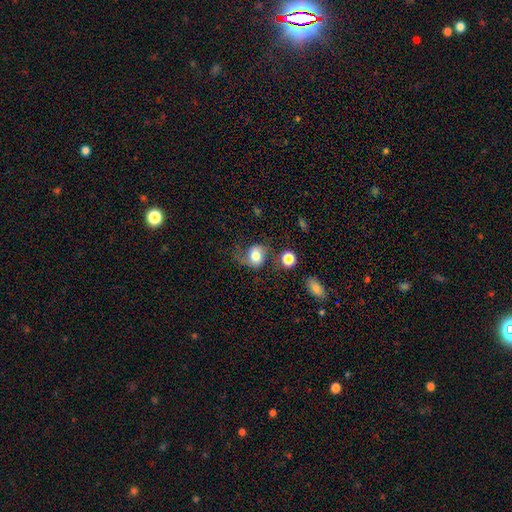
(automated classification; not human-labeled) This appears to be a smooth galaxy with no disk features (64%) that is round (53%). Merging: none (47%).